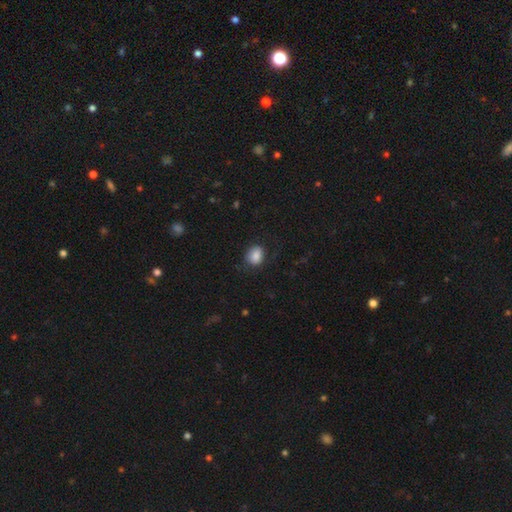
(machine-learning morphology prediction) Smooth or featured: smooth — 85% (star or artifact — 8%)
How rounded: in between — 61% (round — 38%)
Merging: none — 72% (minor disturbance — 20%)